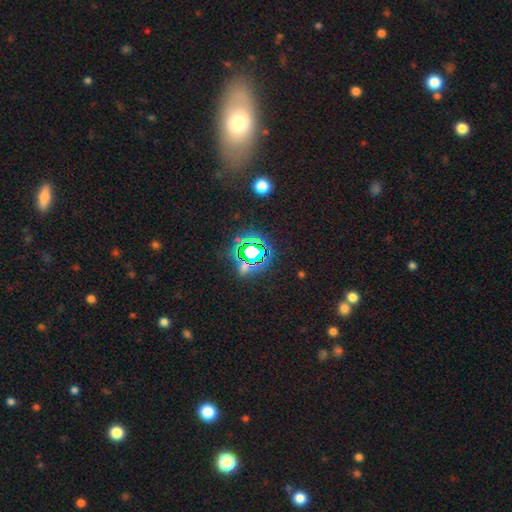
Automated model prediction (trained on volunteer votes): Overall: star or artifact (76%).